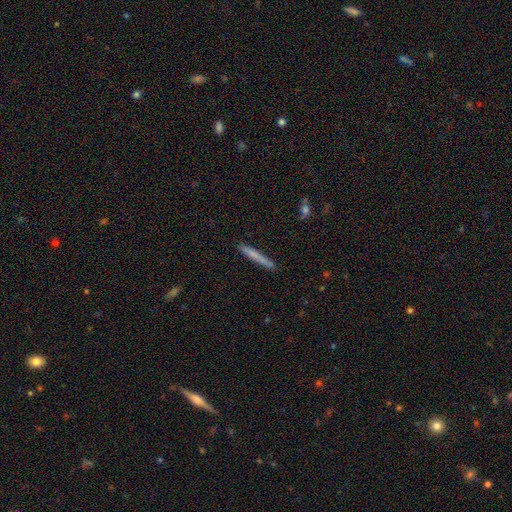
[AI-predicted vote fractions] The model was most divided on "smooth or featured": smooth: 69%, featured or disk: 25%, star or artifact: 6%. More confident: how rounded — cigar-shaped (97%); merging — none (89%).